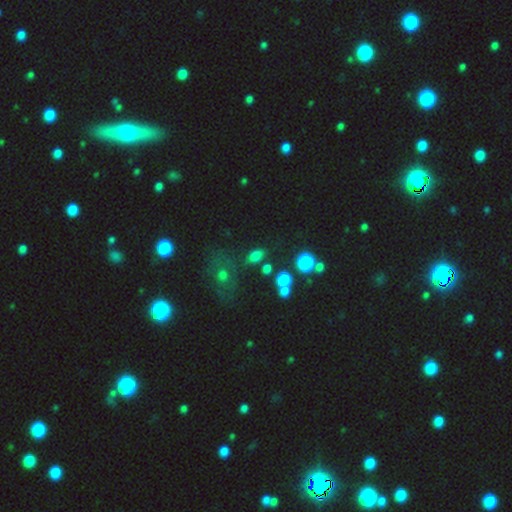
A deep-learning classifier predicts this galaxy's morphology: A smooth galaxy with no disk features (76%) that is in between round and cigar-shaped (76%).

Vote fractions:
- Smooth or featured? smooth: 76% / star or artifact: 16% / featured or disk: 8%
- How rounded? in between: 76% / round: 20% / cigar-shaped: 4%
- Merging? none: 71% / minor disturbance: 14% / merger: 9% / major disturbance: 6%